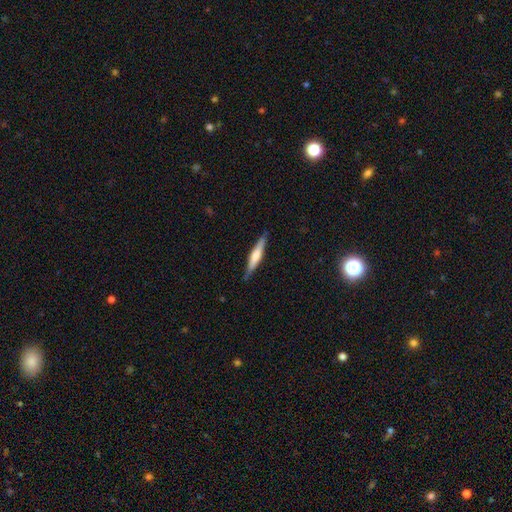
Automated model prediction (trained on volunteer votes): This appears to be a featured or disk galaxy (53%) viewed edge-on (97%) with a rounded central bulge (62%). Merging: none (87%).